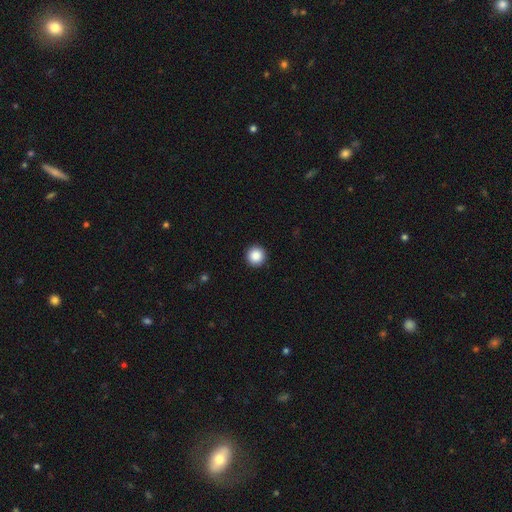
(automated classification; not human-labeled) Overall: smooth (88%). How rounded: round (96%). Merging: none (93%).